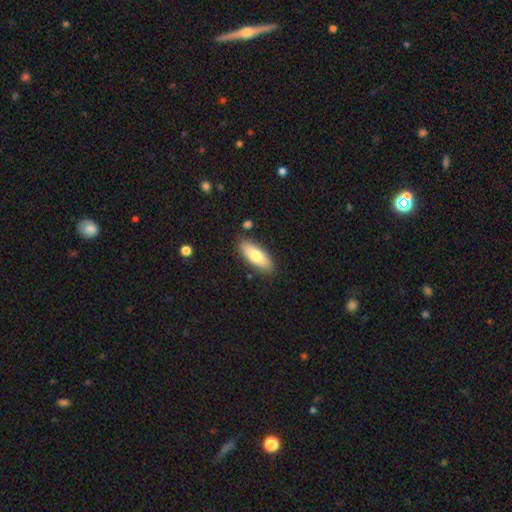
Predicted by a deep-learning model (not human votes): This appears to be a smooth galaxy with no disk features (74%) that is in between round and cigar-shaped (75%). Merging: none (85%).